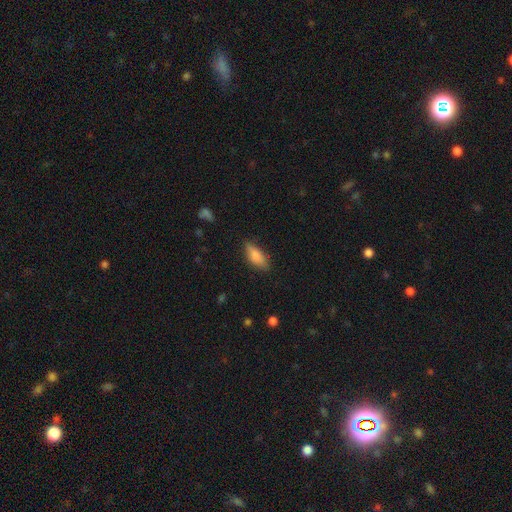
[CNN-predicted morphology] type=smooth (81%); roundness=in between (75%); merging=none (78%).